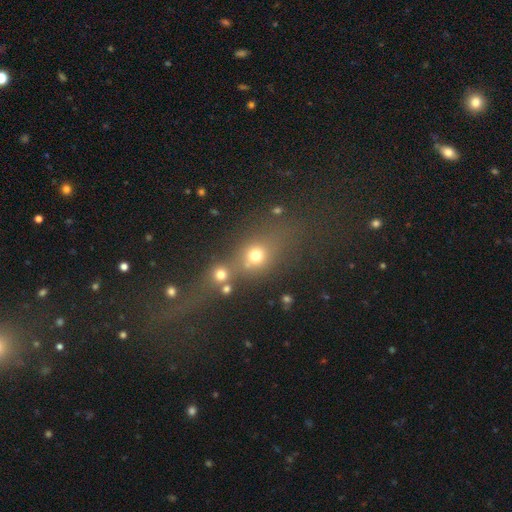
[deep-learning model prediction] smooth-or-featured: smooth: 67% | star or artifact: 20% | featured or disk: 13%
  how-rounded: round: 67% | in between: 29% | cigar-shaped: 4%
  merging: none: 40% (tied) | merger: 40% (tied) | minor disturbance: 11% | major disturbance: 9%